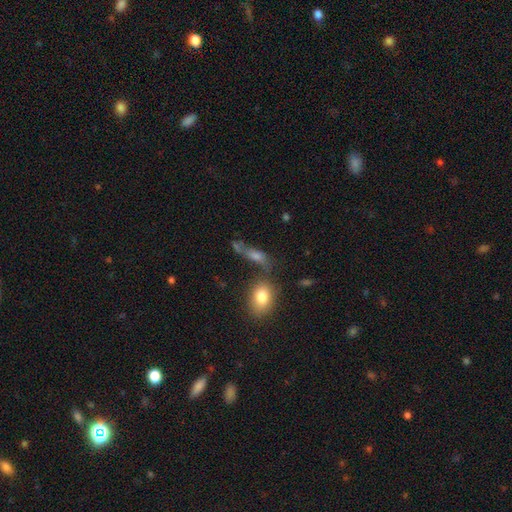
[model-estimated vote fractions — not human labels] A smooth galaxy with no disk features (53%) that is in between round and cigar-shaped (52%).

Vote fractions:
- Smooth or featured? smooth: 53% / featured or disk: 31% / star or artifact: 16%
- How rounded? in between: 52% / cigar-shaped: 37% / round: 11%
- Merging? none: 48% / merger: 22% / minor disturbance: 17% / major disturbance: 14%